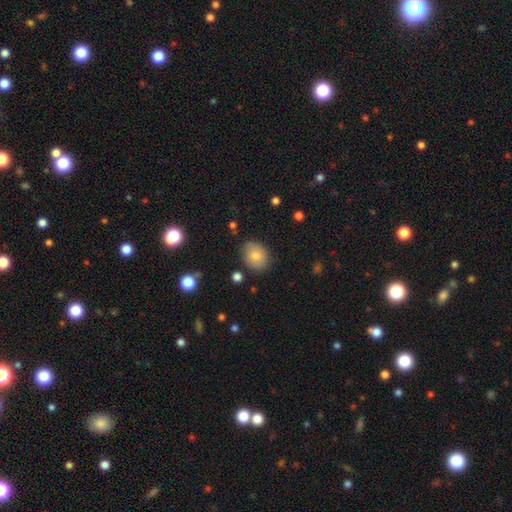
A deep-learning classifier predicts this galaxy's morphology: Smooth or featured: smooth — 77% (featured or disk — 13%)
How rounded: round — 53% (in between — 46%)
Merging: none — 80% (minor disturbance — 15%)